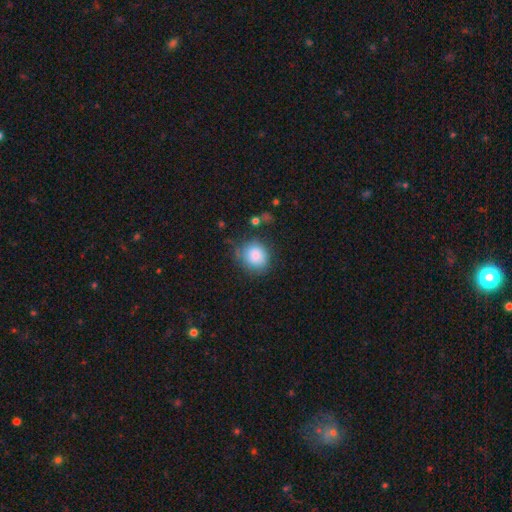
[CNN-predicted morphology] smooth 85%, star or artifact 8%, featured or disk 6%. Down the decision tree: how rounded — round (79%); merging — none (68%).